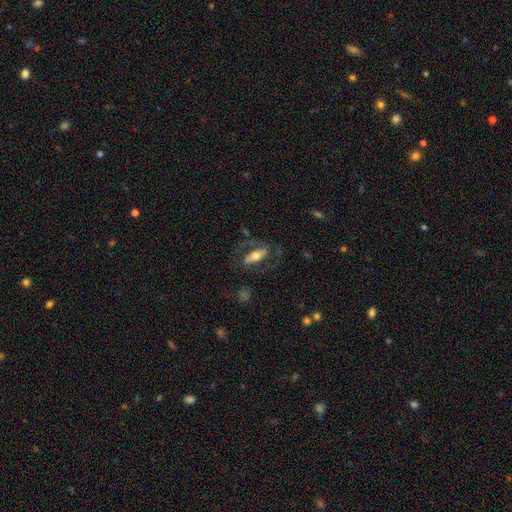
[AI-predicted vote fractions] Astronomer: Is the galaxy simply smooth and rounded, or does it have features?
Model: featured or disk — 66%.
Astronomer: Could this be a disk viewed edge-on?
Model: no — 84%.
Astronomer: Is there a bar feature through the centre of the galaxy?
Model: strong — 52%.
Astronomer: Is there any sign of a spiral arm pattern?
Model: yes — 78%.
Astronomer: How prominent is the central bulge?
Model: moderate — 62%.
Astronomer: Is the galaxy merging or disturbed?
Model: none — 65%.